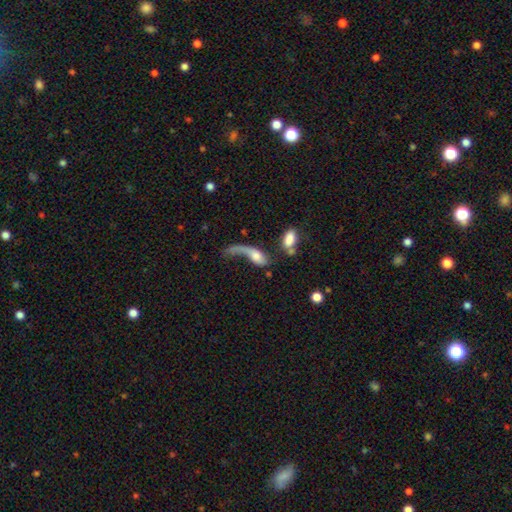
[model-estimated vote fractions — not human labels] Smooth or featured: smooth — 47% (featured or disk — 44%)
Merging: major disturbance — 49% (merger — 20%)